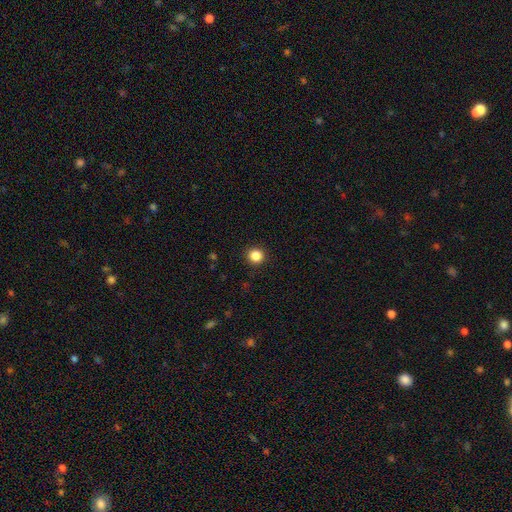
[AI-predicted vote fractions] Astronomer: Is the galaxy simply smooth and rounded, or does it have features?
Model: smooth — 85%.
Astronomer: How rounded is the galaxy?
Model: round — 94%.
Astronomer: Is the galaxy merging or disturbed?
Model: none — 92%.